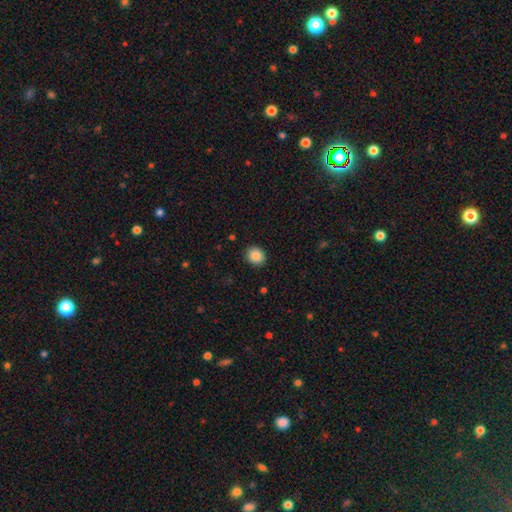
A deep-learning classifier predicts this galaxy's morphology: A smooth galaxy with no disk features (87%) that is round (81%).

Vote fractions:
- Smooth or featured? smooth: 87% / star or artifact: 9% / featured or disk: 4%
- How rounded? round: 81% / in between: 18% / cigar-shaped: 1%
- Merging? none: 91% / minor disturbance: 6% / major disturbance: 2% / merger: 1%